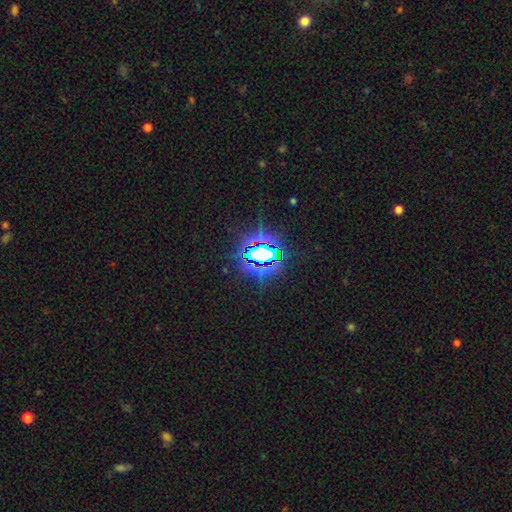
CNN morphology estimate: Q: Smooth or featured?
A: star or artifact (77%); runner-up: smooth (12%)